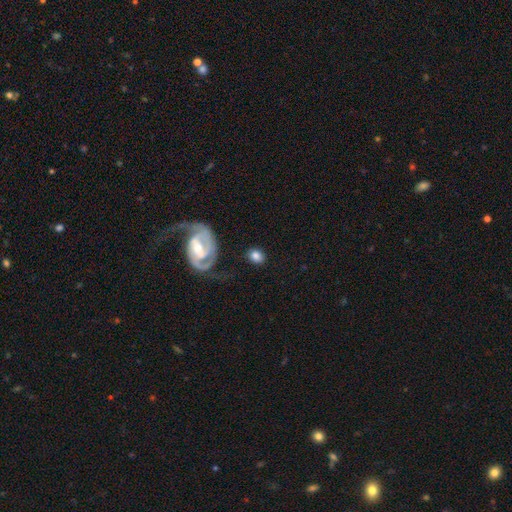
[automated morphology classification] This appears to be a smooth galaxy with no disk features (69%) that is round (50%). Merging: none (77%).